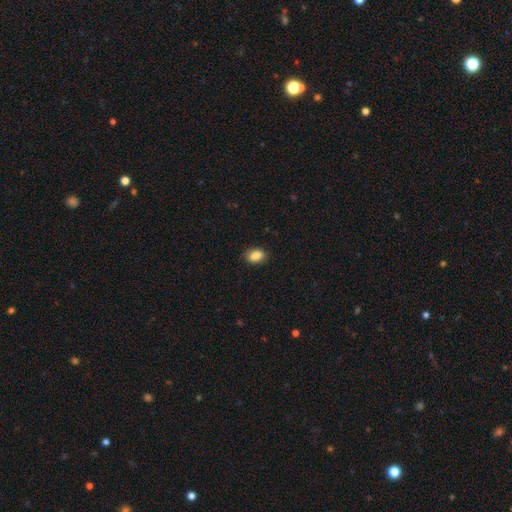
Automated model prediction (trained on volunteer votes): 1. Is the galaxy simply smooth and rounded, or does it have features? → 86% smooth, 8% star or artifact, 6% featured or disk.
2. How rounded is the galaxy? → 86% in between, 13% round, 2% cigar-shaped.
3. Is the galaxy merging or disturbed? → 86% none, 11% minor disturbance, 2% major disturbance, 1% merger.